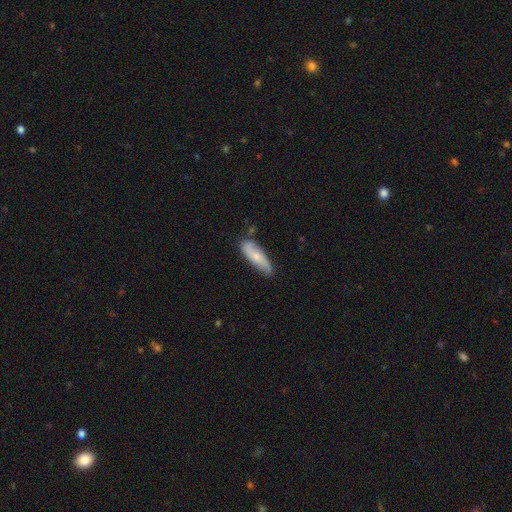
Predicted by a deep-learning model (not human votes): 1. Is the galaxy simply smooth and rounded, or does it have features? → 57% smooth, 37% featured or disk, 6% star or artifact.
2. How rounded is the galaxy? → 51% cigar-shaped, 47% in between, 2% round.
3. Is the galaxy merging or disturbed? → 69% none, 24% minor disturbance, 4% major disturbance, 4% merger.